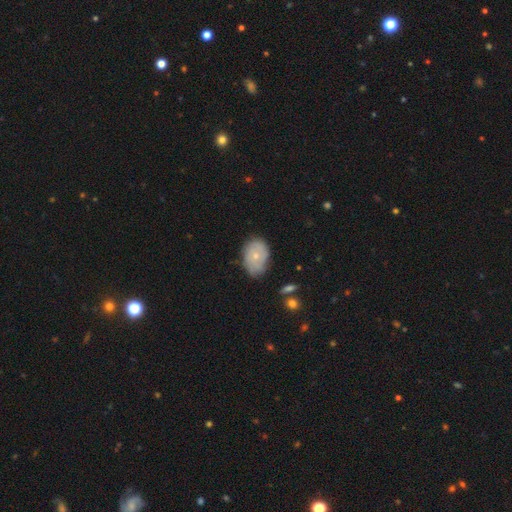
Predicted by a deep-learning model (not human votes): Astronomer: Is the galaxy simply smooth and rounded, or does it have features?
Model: smooth — 55% (runner-up: featured or disk, 38%).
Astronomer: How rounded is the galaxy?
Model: in between — 77%.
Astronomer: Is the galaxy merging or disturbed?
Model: none — 66%.